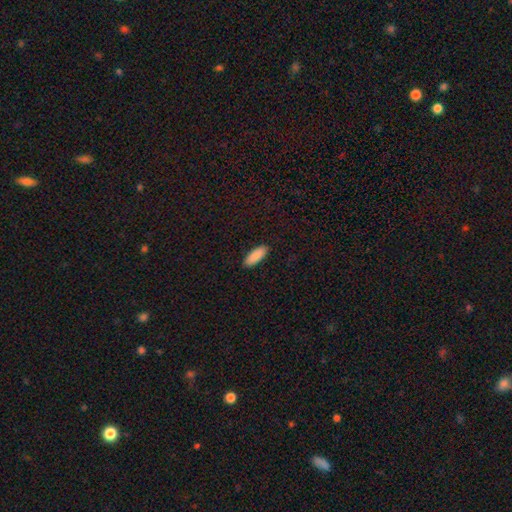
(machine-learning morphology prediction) Smooth or featured?
  - smooth: 90% *
  - star or artifact: 6%
  - featured or disk: 5%
How rounded?
  - in between: 70% *
  - cigar-shaped: 28%
  - round: 2%
Merging?
  - none: 90% *
  - minor disturbance: 7%
  - major disturbance: 2%
  - merger: 1%